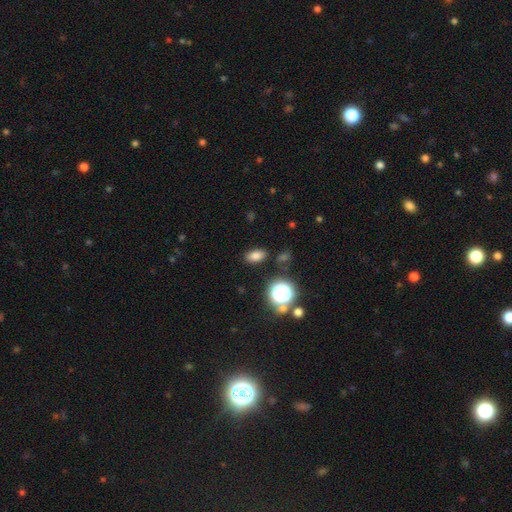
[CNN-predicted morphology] Smooth or featured: smooth — 76% (star or artifact — 17%)
How rounded: in between — 83% (round — 15%)
Merging: none — 85% (minor disturbance — 9%)